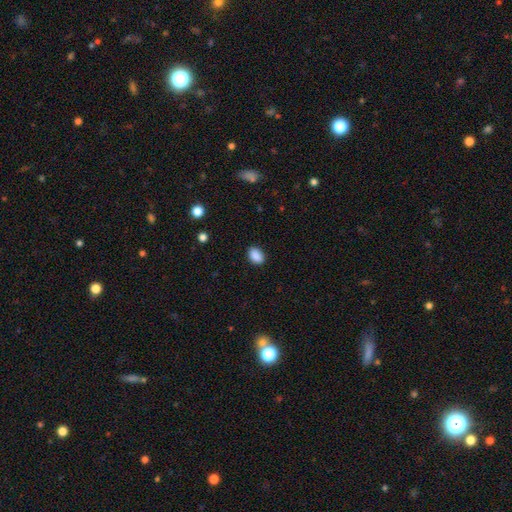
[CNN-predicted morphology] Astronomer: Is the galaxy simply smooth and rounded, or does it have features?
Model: smooth — 89%.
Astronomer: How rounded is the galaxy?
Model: in between — 83%.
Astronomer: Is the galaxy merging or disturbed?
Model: none — 88%.